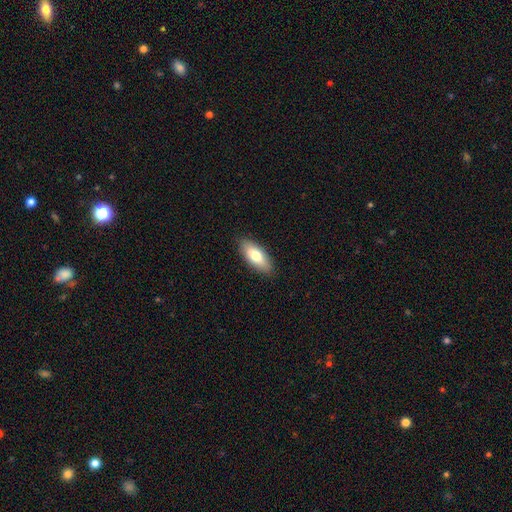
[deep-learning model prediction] Q: Smooth or featured?
A: smooth (76%); runner-up: featured or disk (18%)
Q: How rounded?
A: in between (81%); runner-up: cigar-shaped (17%)
Q: Merging?
A: none (88%); runner-up: minor disturbance (9%)